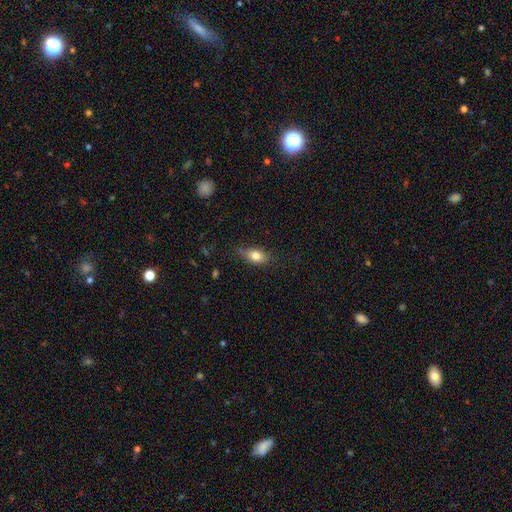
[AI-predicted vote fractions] The model was most divided on "merging": none: 69%, minor disturbance: 24%, major disturbance: 6%, merger: 2%. More confident: how rounded — in between (80%); smooth or featured — smooth (79%).